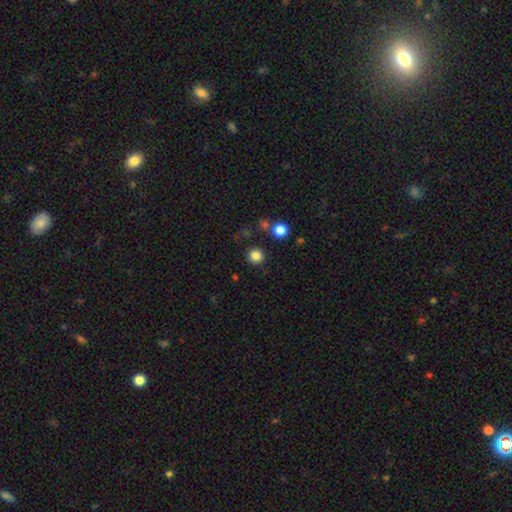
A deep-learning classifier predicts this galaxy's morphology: Q: Smooth or featured?
A: smooth (84%); runner-up: star or artifact (12%)
Q: How rounded?
A: round (94%); runner-up: in between (5%)
Q: Merging?
A: none (88%); runner-up: minor disturbance (6%)